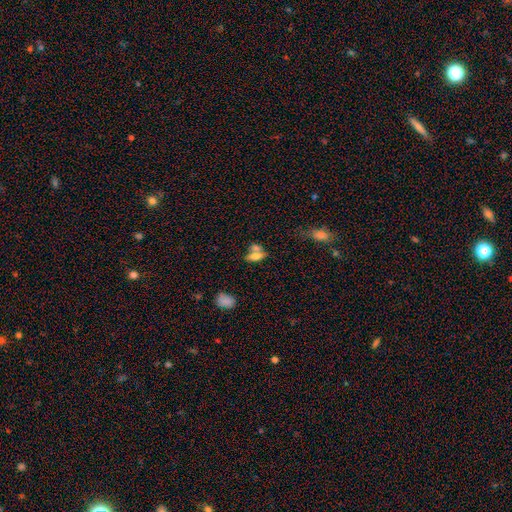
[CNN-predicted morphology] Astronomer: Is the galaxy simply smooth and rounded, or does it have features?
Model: smooth — 61%.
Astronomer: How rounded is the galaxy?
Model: in between — 72%.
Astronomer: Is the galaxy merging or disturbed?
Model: none — 40%, tied with merger at 40%.